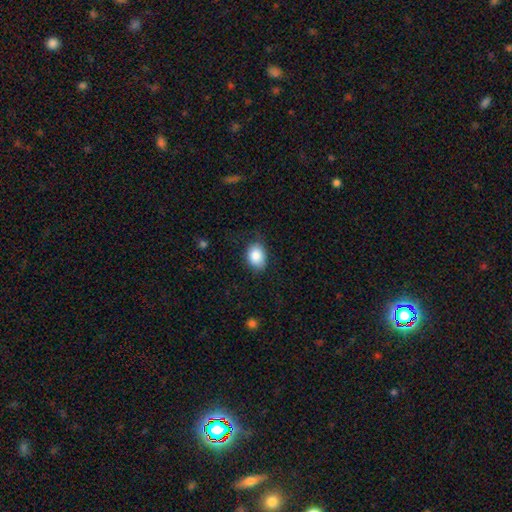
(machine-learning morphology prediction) A smooth galaxy with no disk features (85%) that is in between round and cigar-shaped (69%). Merging: none (71%).